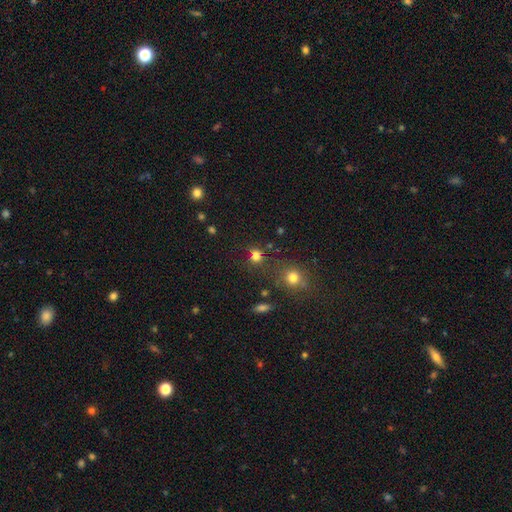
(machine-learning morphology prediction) Smooth or featured? smooth (74%)
How rounded? round (83%)
Merging? none (66%)